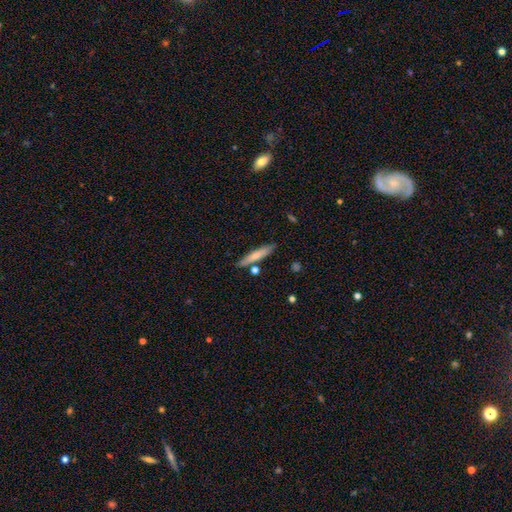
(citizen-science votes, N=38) Overall: smooth (61%; featured or disk 37%). How rounded: cigar-shaped (91%). Merging: none (89%).